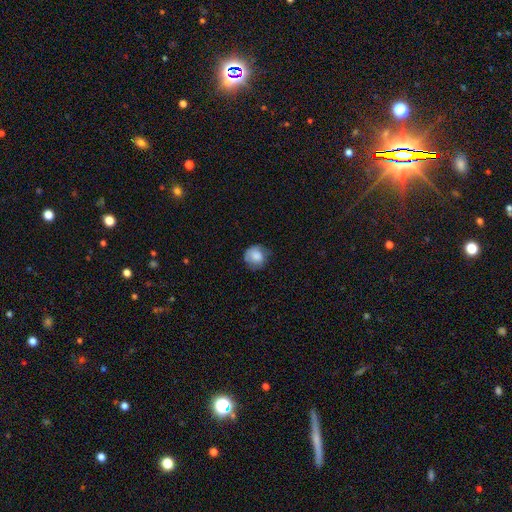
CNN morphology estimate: smooth-or-featured: smooth: 78% | featured or disk: 15% | star or artifact: 8%
  how-rounded: round: 84% | in between: 16% | cigar-shaped: 1%
  merging: none: 60% | minor disturbance: 29% | major disturbance: 10% | merger: 1%